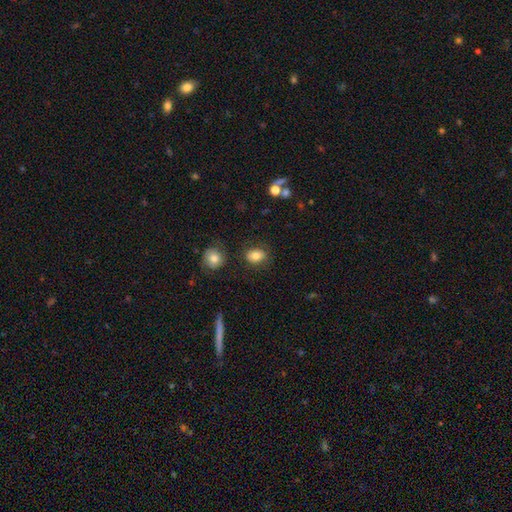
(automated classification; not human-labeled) Smooth or featured? Predicted: smooth (p=0.80). How rounded? Predicted: in between (p=0.70). Merging? Predicted: none (p=0.79).